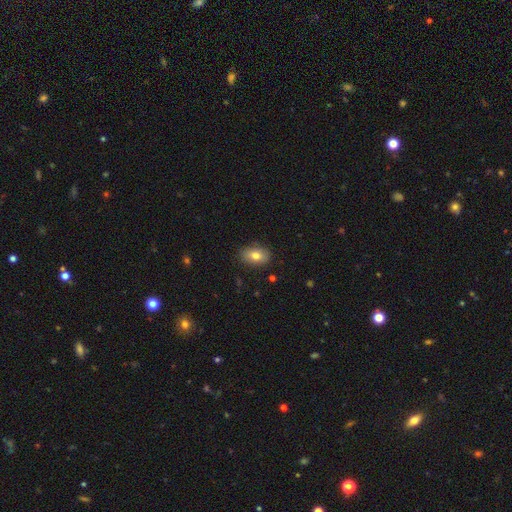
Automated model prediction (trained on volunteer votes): Smooth or featured? smooth (78%)
How rounded? in between (87%)
Merging? none (85%)